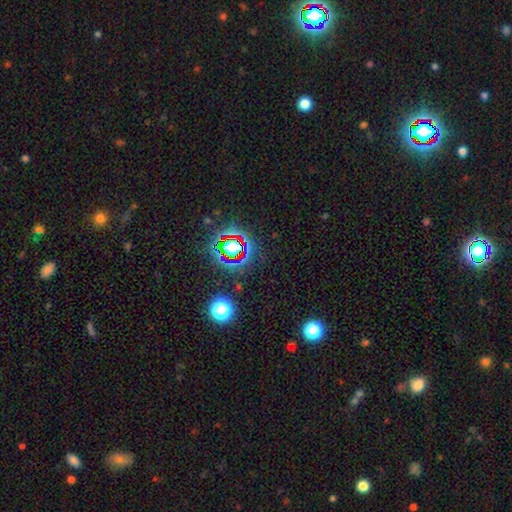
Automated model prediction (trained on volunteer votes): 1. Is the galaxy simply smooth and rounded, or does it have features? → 75% star or artifact, 15% smooth, 10% featured or disk.